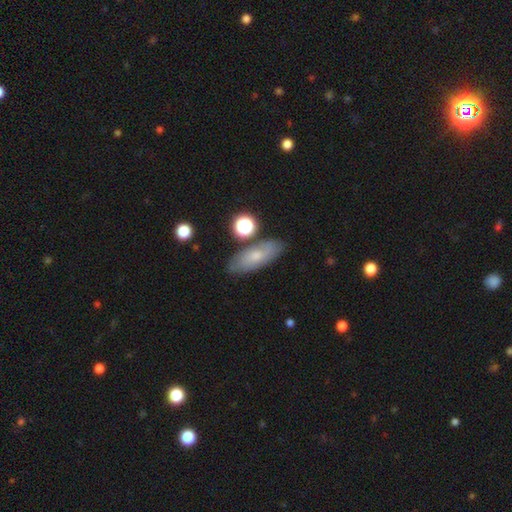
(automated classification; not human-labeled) Overall: smooth (59%; featured or disk 32%). How rounded: in between (70%). Merging: none (76%).